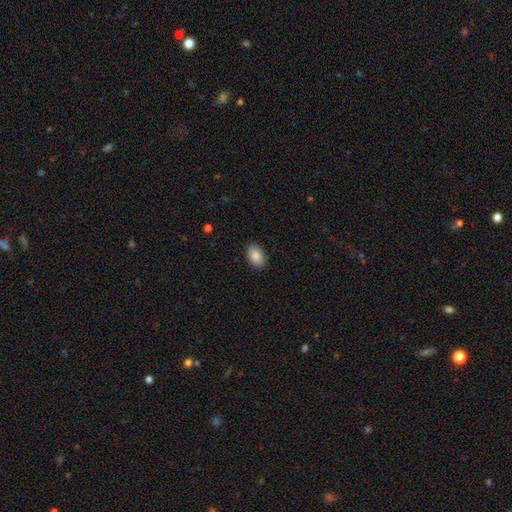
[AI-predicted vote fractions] A smooth galaxy with no disk features (88%) that is in between round and cigar-shaped (90%). Merging: none (89%).